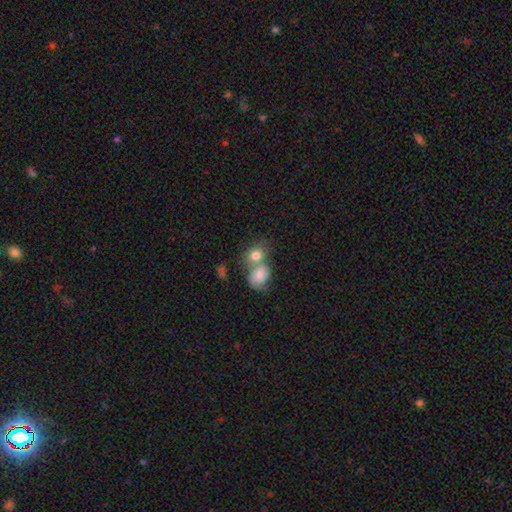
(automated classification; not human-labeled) Overall: smooth (80%). How rounded: round (56%; in between 43%). Merging: merger (55%; none 32%).